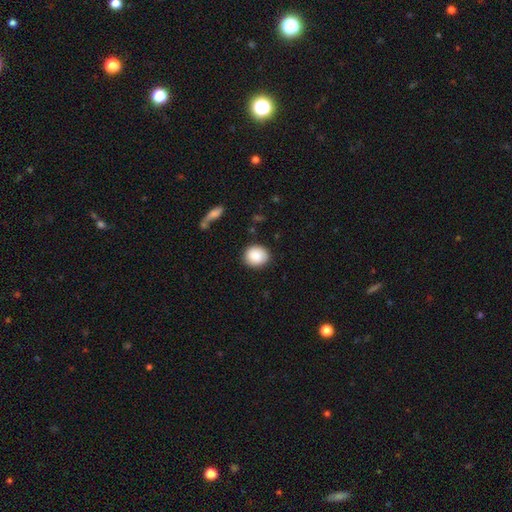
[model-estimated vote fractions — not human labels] Smooth or featured?
  - smooth: 88% *
  - star or artifact: 7%
  - featured or disk: 4%
How rounded?
  - round: 76% *
  - in between: 23%
  - cigar-shaped: 1%
Merging?
  - none: 86% *
  - minor disturbance: 10%
  - major disturbance: 3%
  - merger: 2%